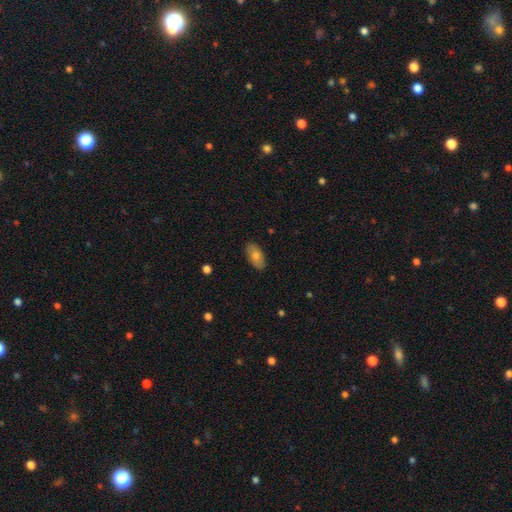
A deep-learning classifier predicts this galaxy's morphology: type=smooth (72%); roundness=in between (93%); merging=none (87%).